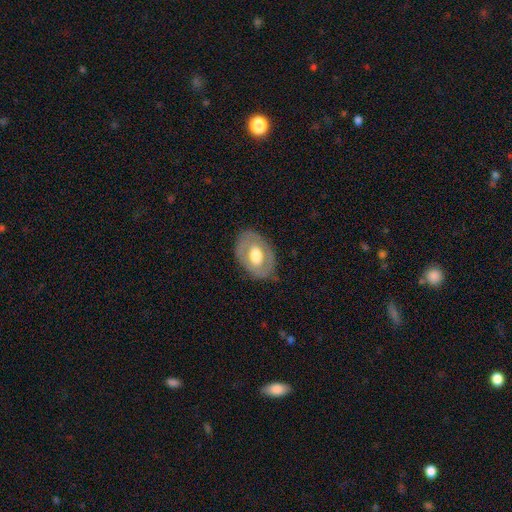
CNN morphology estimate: featured or disk 47% (tied), smooth 47% (tied), star or artifact 6%. Down the decision tree: merging — none (78%).